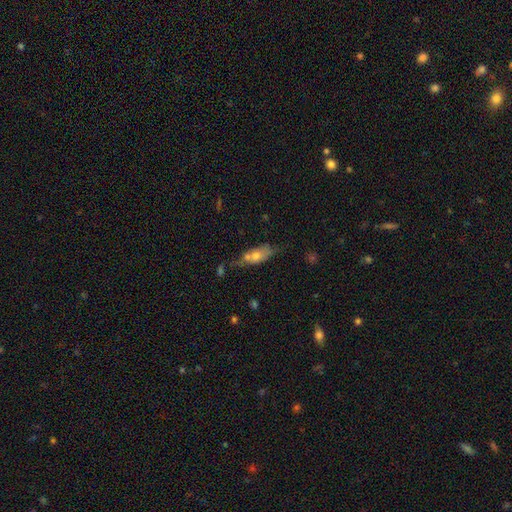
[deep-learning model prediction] A smooth galaxy with no disk features (55%) that is in between round and cigar-shaped (70%).

Vote fractions:
- Smooth or featured? smooth: 55% / featured or disk: 36% / star or artifact: 9%
- How rounded? in between: 70% / cigar-shaped: 25% / round: 5%
- Merging? none: 41% / minor disturbance: 25% / merger: 22% / major disturbance: 12%